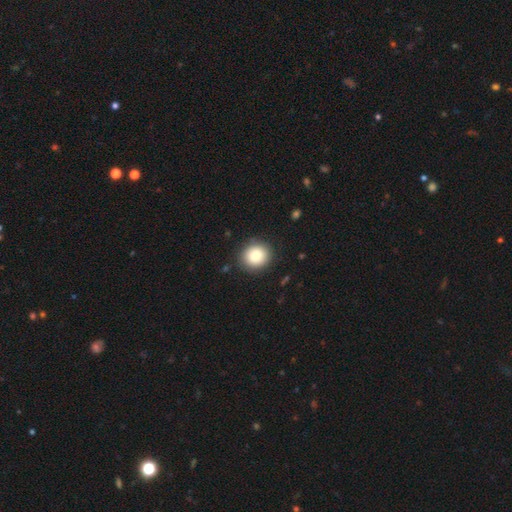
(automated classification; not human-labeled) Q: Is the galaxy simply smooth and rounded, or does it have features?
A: smooth — 82%.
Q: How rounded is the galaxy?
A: round — 86%.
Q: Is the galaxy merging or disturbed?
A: none — 88%.